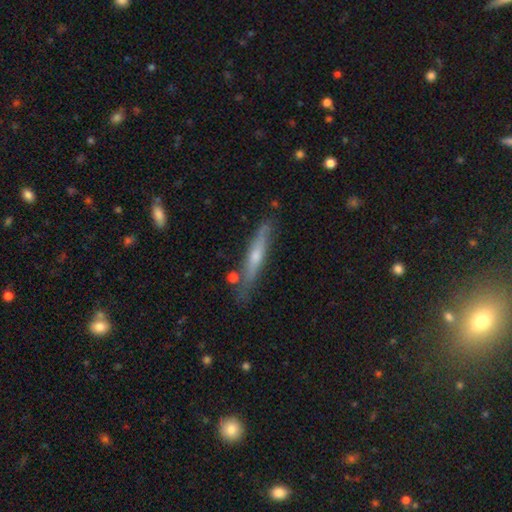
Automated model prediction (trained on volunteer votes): Smooth or featured: featured or disk — 61% (smooth — 31%)
Edge-on disk: yes — 92% (no — 8%)
Edge-on bulge: rounded — 72% (none — 22%)
Merging: none — 80% (minor disturbance — 14%)